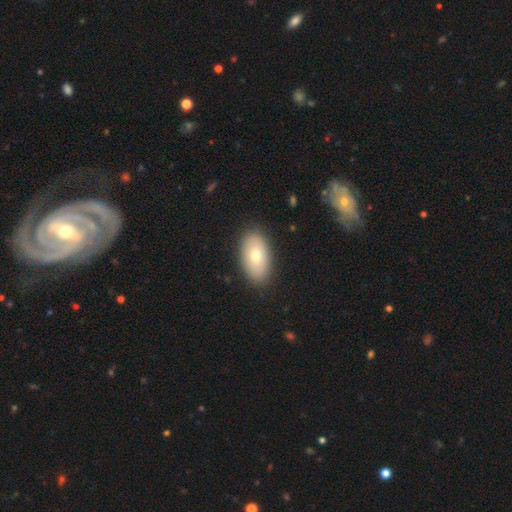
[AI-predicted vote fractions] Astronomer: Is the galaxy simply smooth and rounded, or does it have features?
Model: smooth — 73%.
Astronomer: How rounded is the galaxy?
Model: in between — 93%.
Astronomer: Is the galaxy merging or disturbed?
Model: none — 88%.